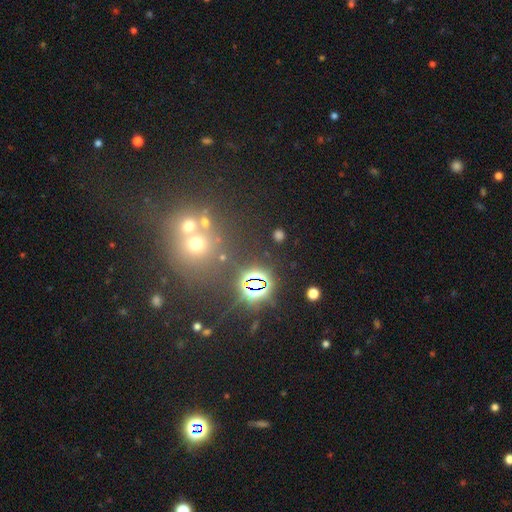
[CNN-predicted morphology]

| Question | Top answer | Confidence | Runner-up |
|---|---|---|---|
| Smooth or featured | star or artifact | 55% | smooth (33%) |